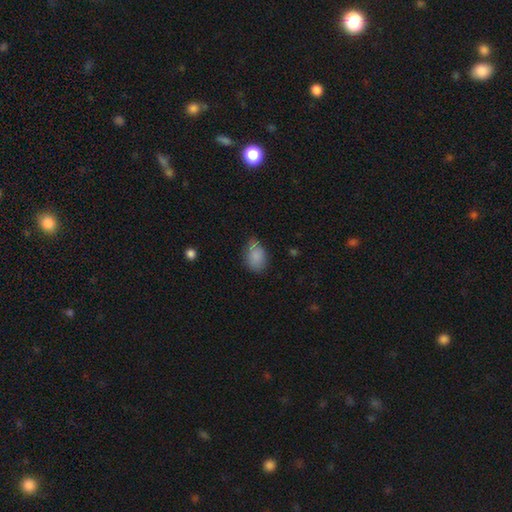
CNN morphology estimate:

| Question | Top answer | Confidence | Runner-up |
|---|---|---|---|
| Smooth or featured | smooth | 83% | featured or disk (8%) |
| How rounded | in between | 84% | round (15%) |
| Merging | none | 57% | minor disturbance (31%) |